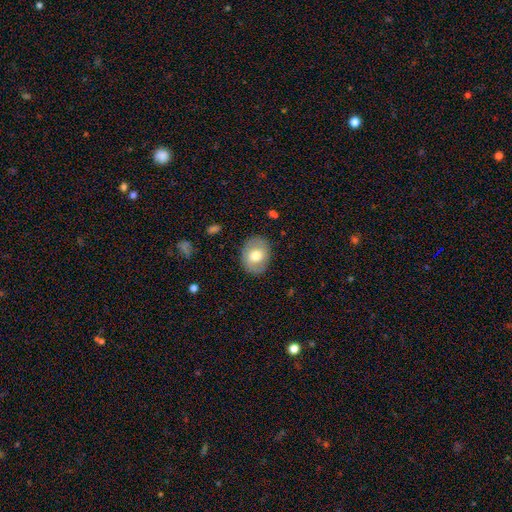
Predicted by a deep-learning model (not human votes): smooth_or_featured: smooth (p=0.65) [alt: featured or disk p=0.28]
how_rounded: in between (p=0.53) [alt: round p=0.47]
merging: none (p=0.85) [alt: minor disturbance p=0.11]